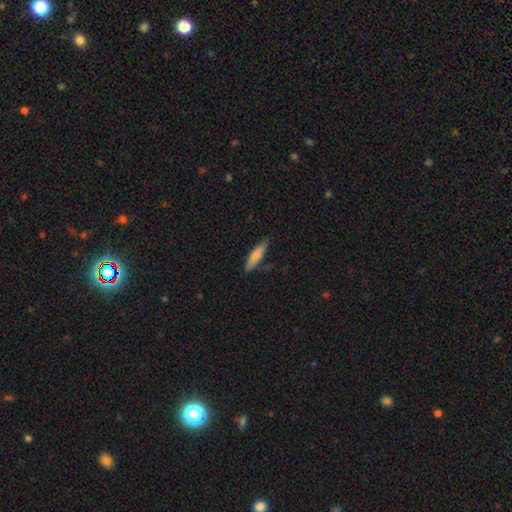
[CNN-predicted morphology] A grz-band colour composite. It shows a smooth galaxy with no disk features (78%) that is cigar-shaped (80%). Merging: none (82%).